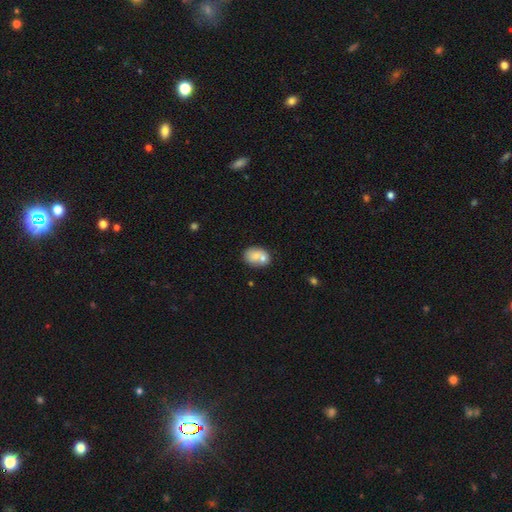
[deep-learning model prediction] This appears to be a smooth galaxy with no disk features (71%) that is in between round and cigar-shaped (63%). Merging: none (44%).